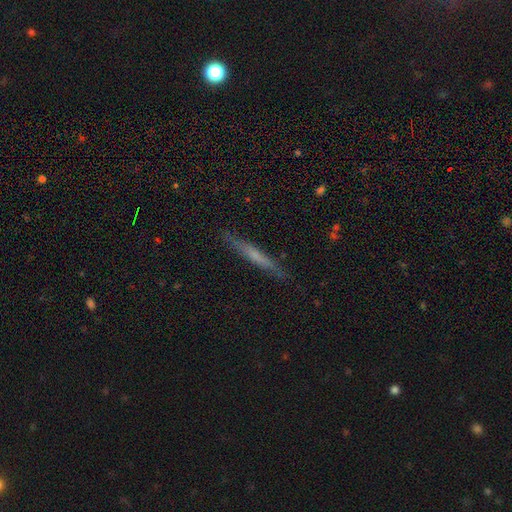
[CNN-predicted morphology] smooth_or_featured: featured or disk (p=0.47) [alt: smooth p=0.46]
merging: none (p=0.88) [alt: minor disturbance p=0.09]